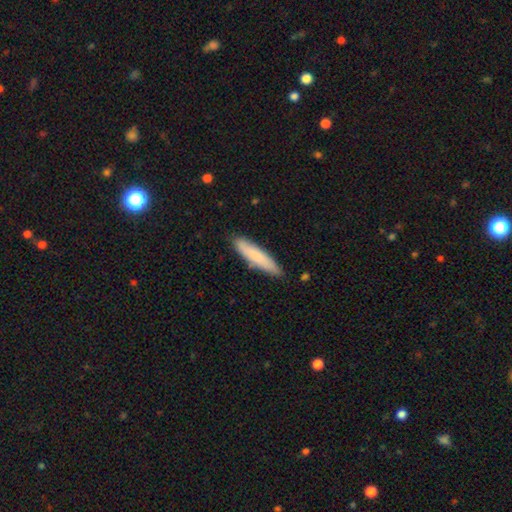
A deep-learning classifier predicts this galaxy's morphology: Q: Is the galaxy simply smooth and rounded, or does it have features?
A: smooth — 81%.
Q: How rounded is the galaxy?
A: cigar-shaped — 82%.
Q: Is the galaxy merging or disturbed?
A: none — 84%.